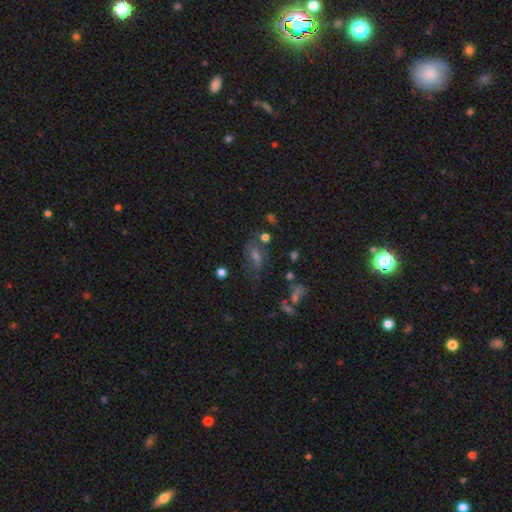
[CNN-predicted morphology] Smooth or featured? smooth (36%)
Merging? none (58%)